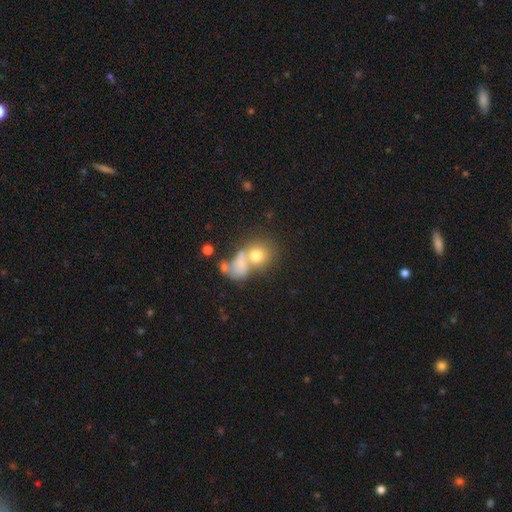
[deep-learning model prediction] Overall: smooth (72%). How rounded: round (63%; in between 36%). Merging: merger (53%; none 28%).